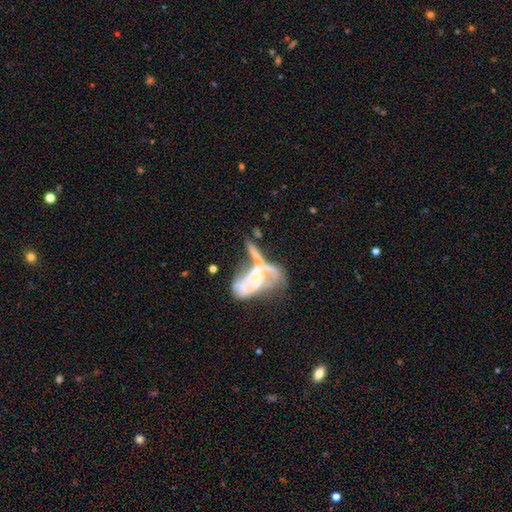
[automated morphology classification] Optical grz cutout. It shows a featured or disk galaxy (71%) with no bar (69%), spiral arms (71%) and a small central bulge (57%). Merging: merger (52%).